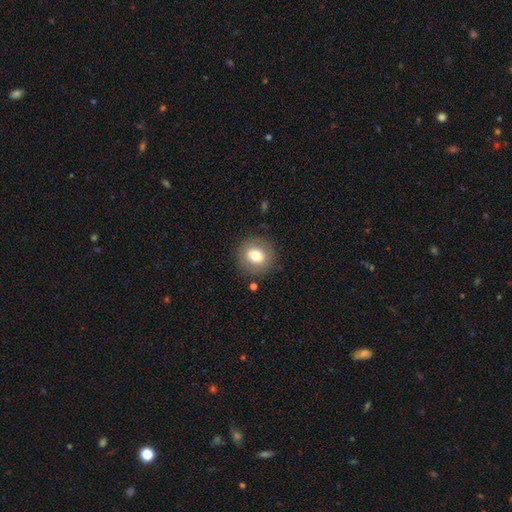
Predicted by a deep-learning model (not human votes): A smooth galaxy with no disk features (74%) that is round (80%). Merging: none (86%).